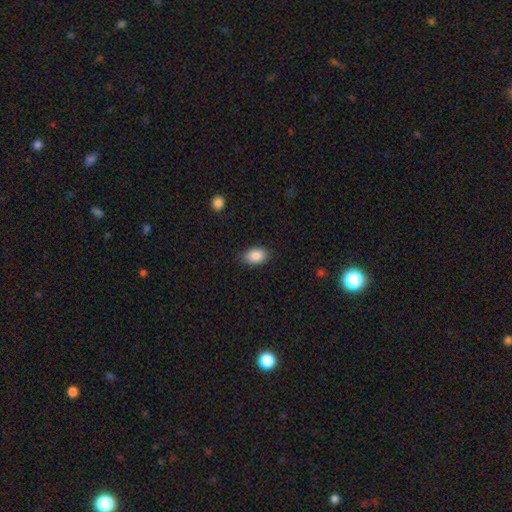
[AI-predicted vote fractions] Smooth or featured: smooth — 88% (star or artifact — 8%)
How rounded: in between — 83% (round — 16%)
Merging: none — 85% (minor disturbance — 11%)